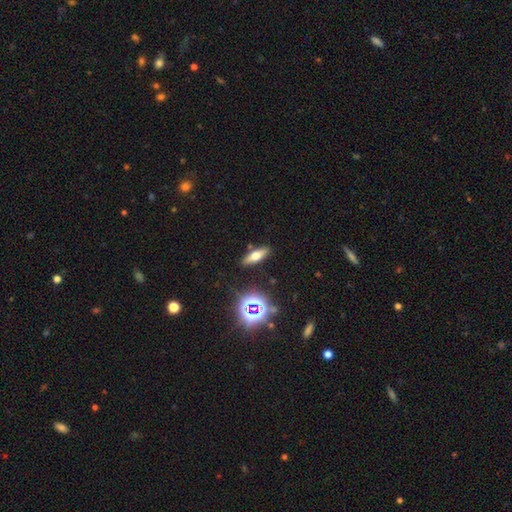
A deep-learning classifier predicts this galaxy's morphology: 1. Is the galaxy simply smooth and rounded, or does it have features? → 54% smooth, 29% featured or disk, 17% star or artifact.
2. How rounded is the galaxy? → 47% cigar-shaped (tied), 47% in between (tied), 6% round.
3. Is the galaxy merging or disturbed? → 87% none, 8% minor disturbance, 3% merger, 3% major disturbance.